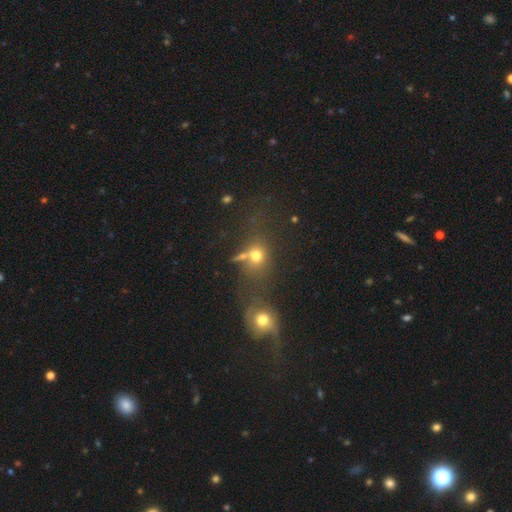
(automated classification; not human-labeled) Smooth or featured? Predicted: smooth (p=0.69). How rounded? Predicted: round (p=0.65). Merging? Predicted: none (p=0.46).